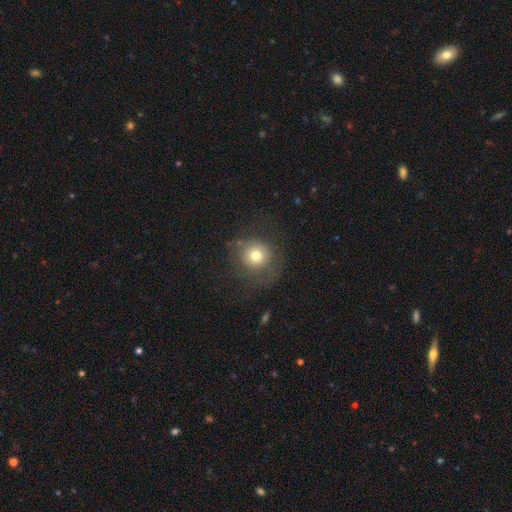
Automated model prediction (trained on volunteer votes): Smooth or featured? smooth (73%)
How rounded? round (90%)
Merging? none (64%)